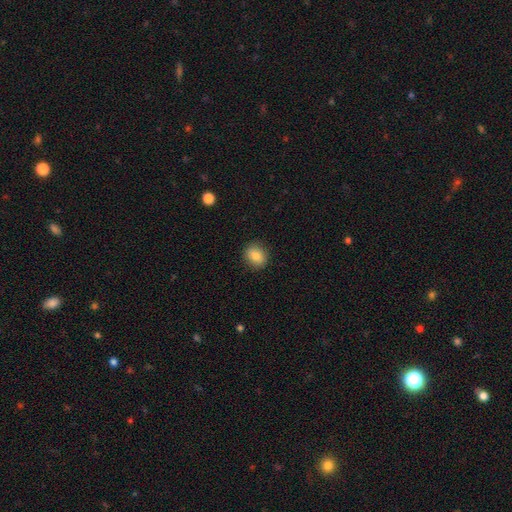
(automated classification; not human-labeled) Smooth or featured? Predicted: smooth (p=0.83). How rounded? Predicted: round (p=0.65). Merging? Predicted: none (p=0.89).